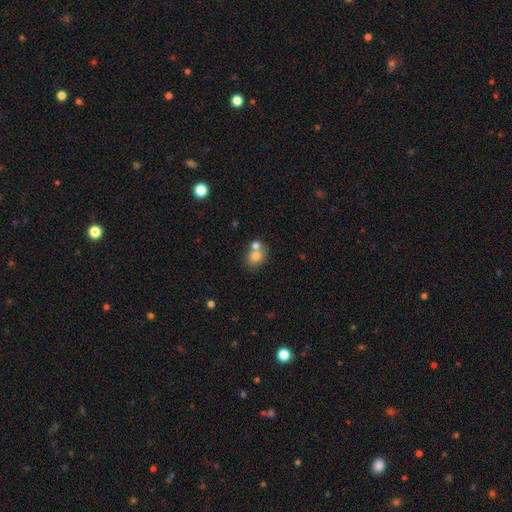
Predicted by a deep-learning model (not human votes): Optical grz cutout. It shows a smooth galaxy with no disk features (75%) that is round (62%). Merging: none (44%, tied with merger).